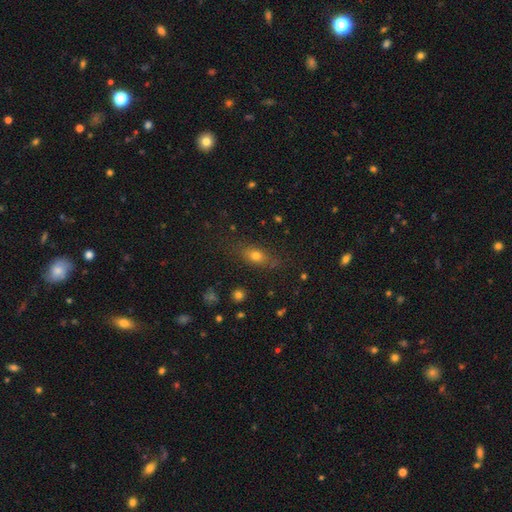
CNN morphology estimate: This appears to be a smooth galaxy with no disk features (71%) that is in between round and cigar-shaped (67%). Merging: none (76%).